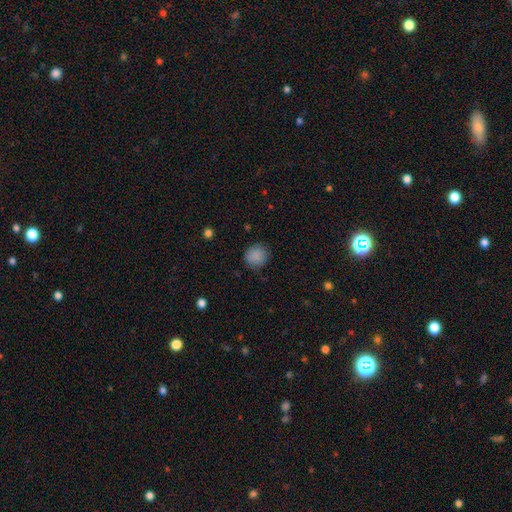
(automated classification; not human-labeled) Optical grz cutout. It shows a smooth galaxy with no disk features (87%) that is round (89%). Merging: none (84%).